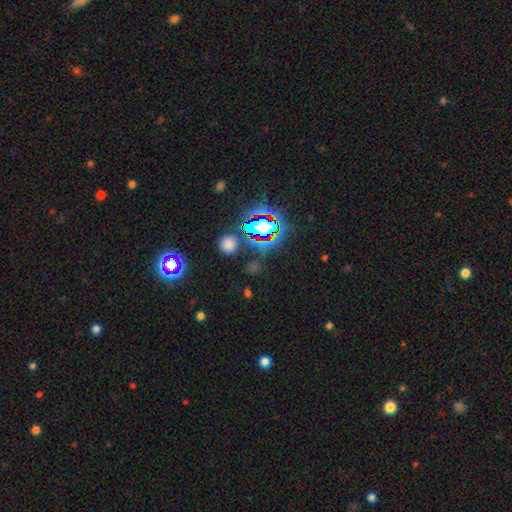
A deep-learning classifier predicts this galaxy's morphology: This appears to be a star or artifact, not a galaxy (78%).